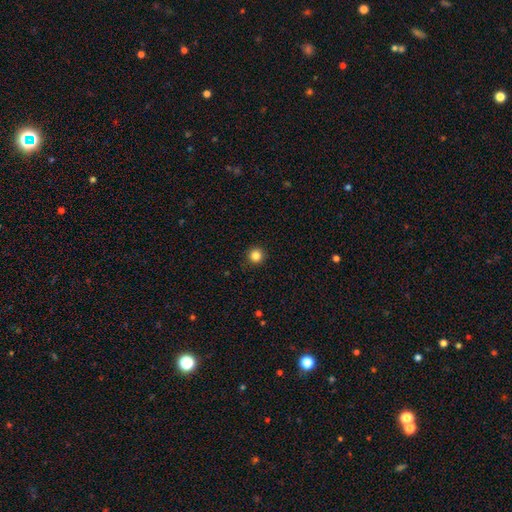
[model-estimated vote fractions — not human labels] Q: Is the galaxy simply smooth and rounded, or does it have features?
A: smooth — 84%.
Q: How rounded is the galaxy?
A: round — 96%.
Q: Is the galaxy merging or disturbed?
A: none — 92%.